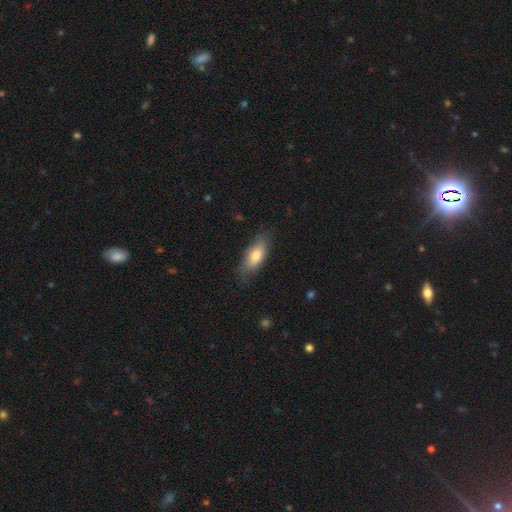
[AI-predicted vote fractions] Overall: smooth (76%). How rounded: in between (80%). Merging: none (76%).